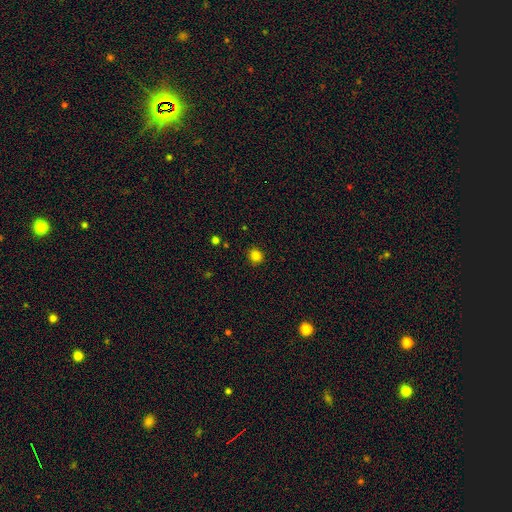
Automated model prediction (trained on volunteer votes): Overall: smooth (83%). How rounded: round (87%). Merging: none (90%).